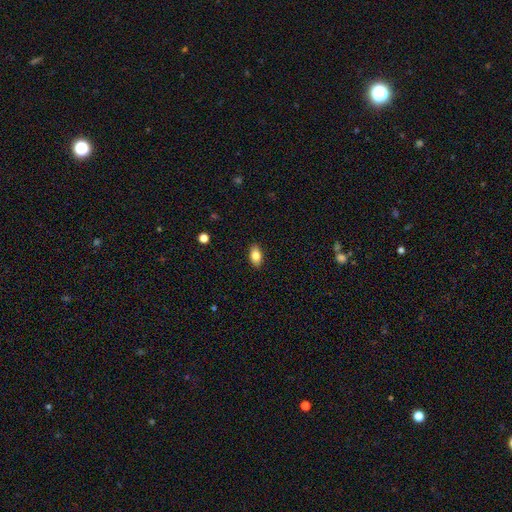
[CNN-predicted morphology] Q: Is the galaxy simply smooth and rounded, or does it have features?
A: smooth — 83%.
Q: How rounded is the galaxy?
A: in between — 91%.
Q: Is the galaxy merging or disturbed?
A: none — 89%.